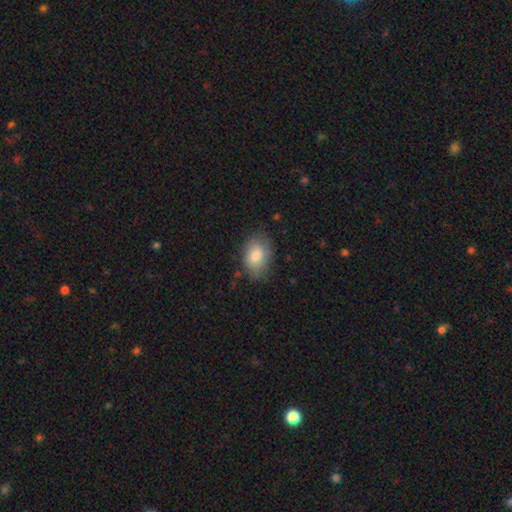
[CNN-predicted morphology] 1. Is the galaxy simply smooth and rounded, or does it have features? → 83% smooth, 10% featured or disk, 7% star or artifact.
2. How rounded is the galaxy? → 85% in between, 13% round, 1% cigar-shaped.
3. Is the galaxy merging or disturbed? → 76% none, 19% minor disturbance, 4% major disturbance, 1% merger.